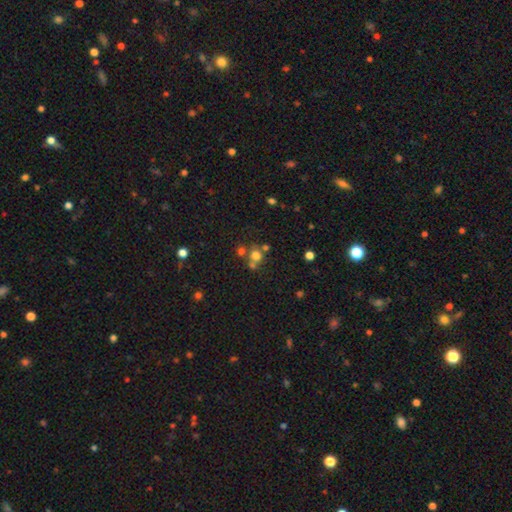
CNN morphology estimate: This is likely a smooth galaxy (67%). How rounded: clearly round (86%). Merging: possibly none (54%).